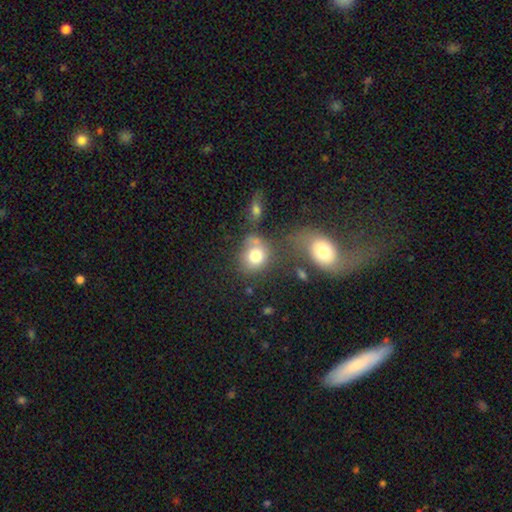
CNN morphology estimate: Smooth or featured? smooth (77%)
How rounded? round (61%)
Merging? none (45%)